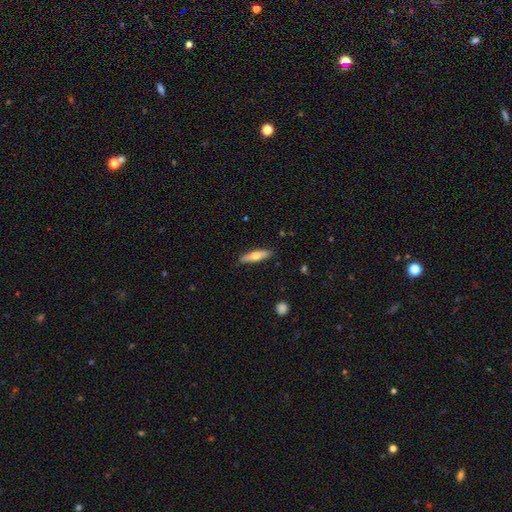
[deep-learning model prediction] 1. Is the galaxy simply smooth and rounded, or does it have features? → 57% smooth, 38% featured or disk, 6% star or artifact.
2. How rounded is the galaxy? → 69% cigar-shaped, 29% in between, 2% round.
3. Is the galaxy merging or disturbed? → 87% none, 10% minor disturbance, 2% major disturbance, 1% merger.